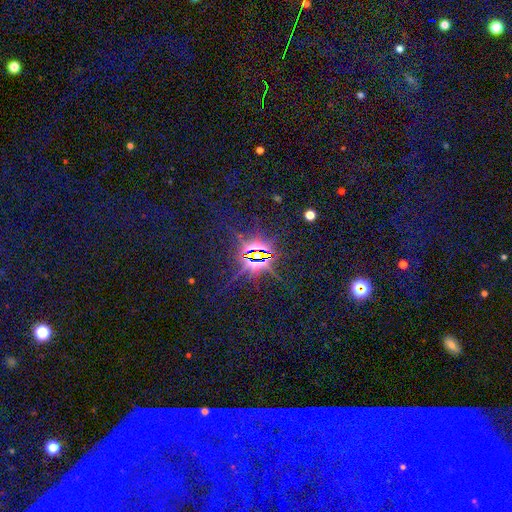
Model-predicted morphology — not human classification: Q: Smooth or featured?
A: star or artifact (84%); runner-up: featured or disk (9%)